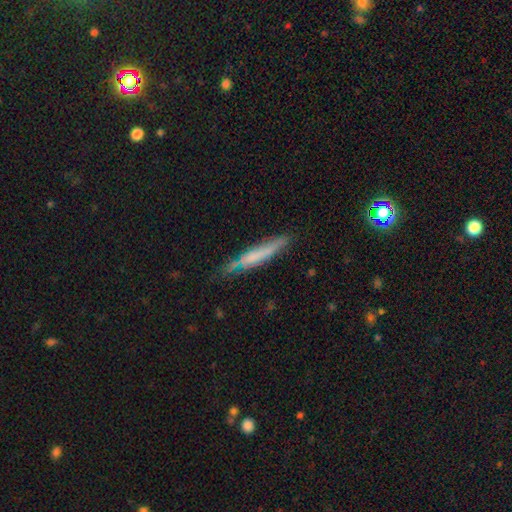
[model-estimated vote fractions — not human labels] A smooth galaxy with no disk features (54%) that is cigar-shaped (92%).

Vote fractions:
- Smooth or featured? smooth: 54% / featured or disk: 38% / star or artifact: 8%
- How rounded? cigar-shaped: 92% / in between: 6% / round: 1%
- Merging? none: 66% / minor disturbance: 25% / major disturbance: 6% / merger: 3%